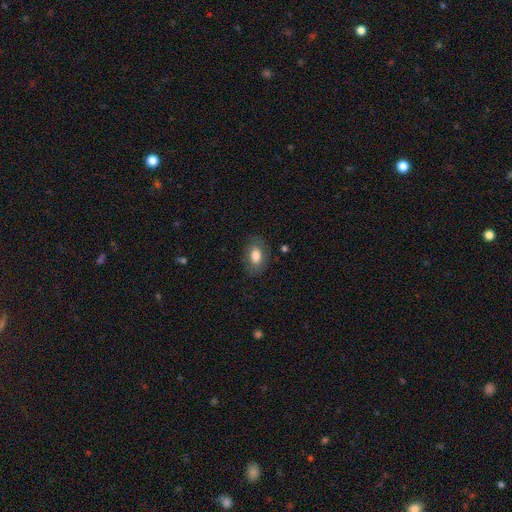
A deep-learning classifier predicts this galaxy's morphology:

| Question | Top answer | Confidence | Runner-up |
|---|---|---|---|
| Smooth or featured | smooth | 74% | featured or disk (19%) |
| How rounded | in between | 88% | round (11%) |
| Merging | none | 79% | minor disturbance (14%) |